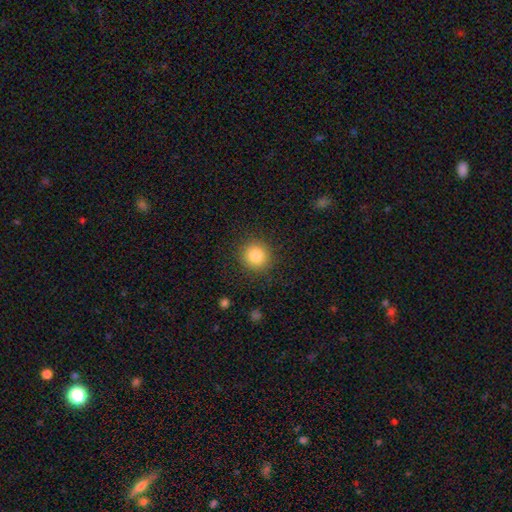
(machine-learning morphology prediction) Smooth or featured?
  - smooth: 84% *
  - star or artifact: 10%
  - featured or disk: 6%
How rounded?
  - round: 92% *
  - in between: 8%
  - cigar-shaped: 1%
Merging?
  - none: 89% *
  - minor disturbance: 7%
  - major disturbance: 3%
  - merger: 1%